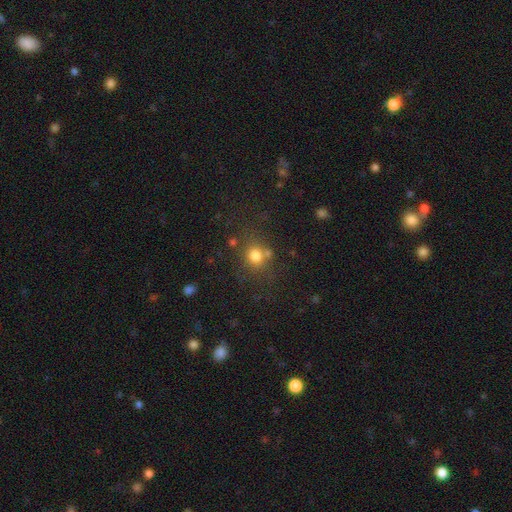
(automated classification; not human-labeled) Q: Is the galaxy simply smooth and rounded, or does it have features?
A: smooth — 76%.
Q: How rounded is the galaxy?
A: round — 78%.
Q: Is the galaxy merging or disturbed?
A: none — 67%.